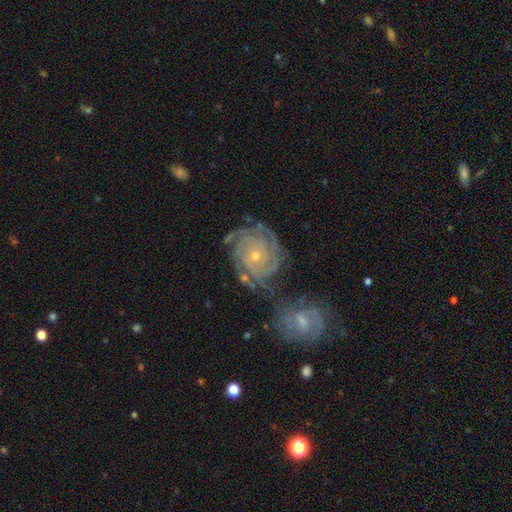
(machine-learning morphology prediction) A featured or disk galaxy (89%) with no bar (74%), 4 (28%) tight (81%) spiral arms (98%) and a small central bulge (70%). Merging: none (60%).